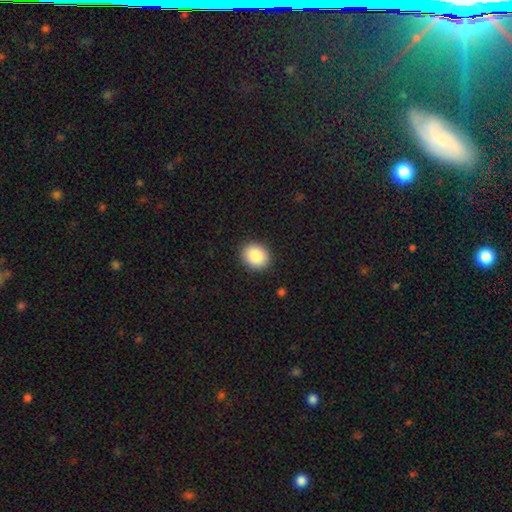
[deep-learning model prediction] Smooth or featured: smooth — 88% (star or artifact — 8%)
How rounded: round — 62% (in between — 37%)
Merging: none — 90% (minor disturbance — 7%)